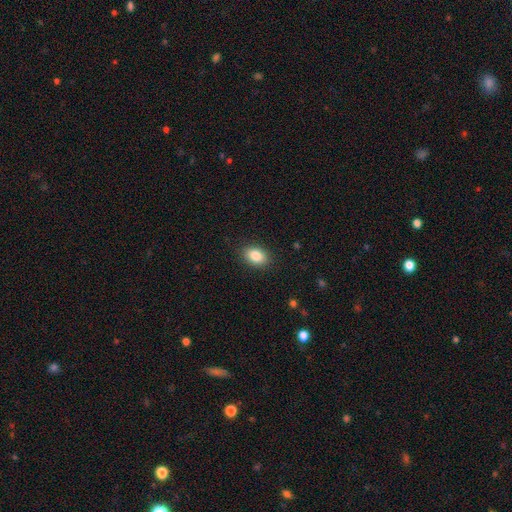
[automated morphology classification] Smooth or featured?
  - smooth: 86% *
  - star or artifact: 8%
  - featured or disk: 6%
How rounded?
  - in between: 82% *
  - round: 17%
  - cigar-shaped: 1%
Merging?
  - none: 88% *
  - minor disturbance: 9%
  - major disturbance: 2%
  - merger: 1%